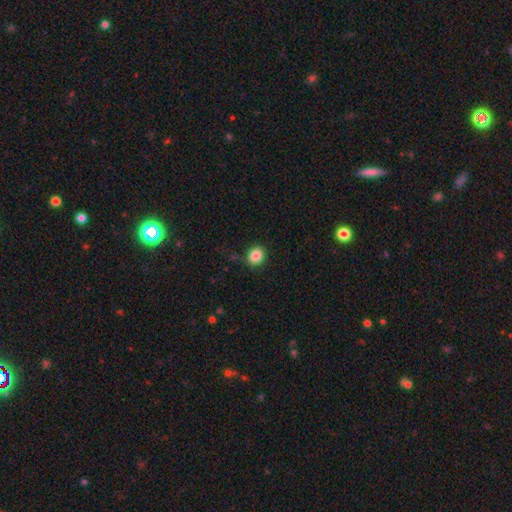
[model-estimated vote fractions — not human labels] smooth 86%, star or artifact 10%, featured or disk 4%. Down the decision tree: how rounded — round (78%); merging — none (84%).